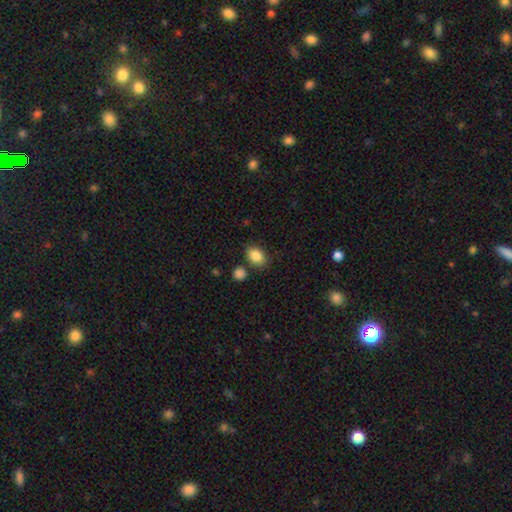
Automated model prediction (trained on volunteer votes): This is clearly a smooth galaxy (87%). How rounded: likely in between (76%). Merging: likely none (78%).